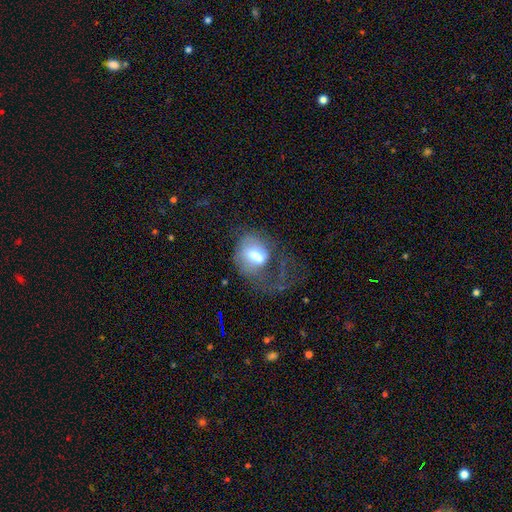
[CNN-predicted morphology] The model was most divided on "how rounded": in between: 57%, round: 42%, cigar-shaped: 1%. More confident: merging — major disturbance (58%); smooth or featured — smooth (54%).